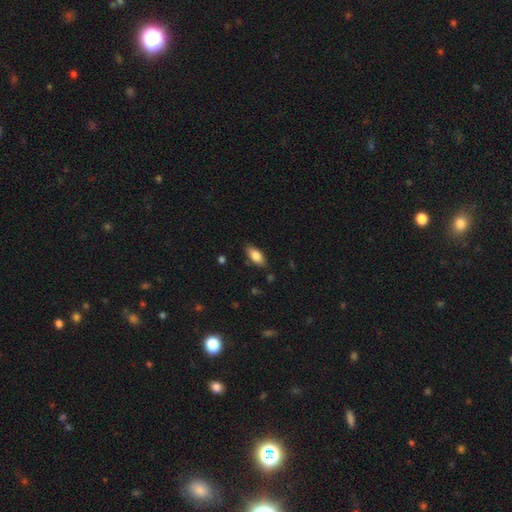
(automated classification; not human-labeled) Smooth or featured: smooth — 80% (featured or disk — 13%)
How rounded: in between — 85% (cigar-shaped — 12%)
Merging: none — 84% (minor disturbance — 12%)